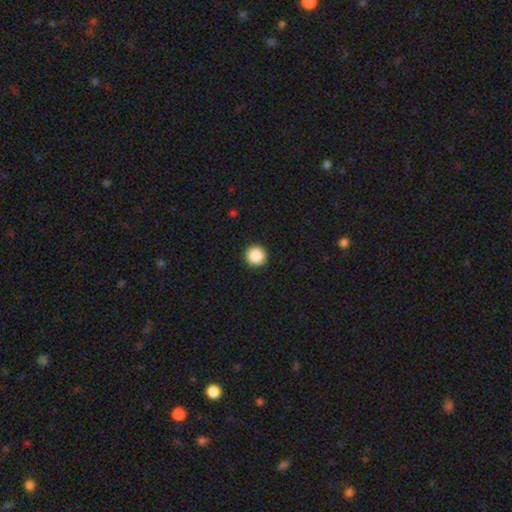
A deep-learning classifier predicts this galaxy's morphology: A smooth galaxy with no disk features (87%) that is round (96%).

Vote fractions:
- Smooth or featured? smooth: 87% / star or artifact: 9% / featured or disk: 4%
- How rounded? round: 96% / in between: 3% / cigar-shaped: 1%
- Merging? none: 93% / minor disturbance: 4% / major disturbance: 1% / merger: 1%